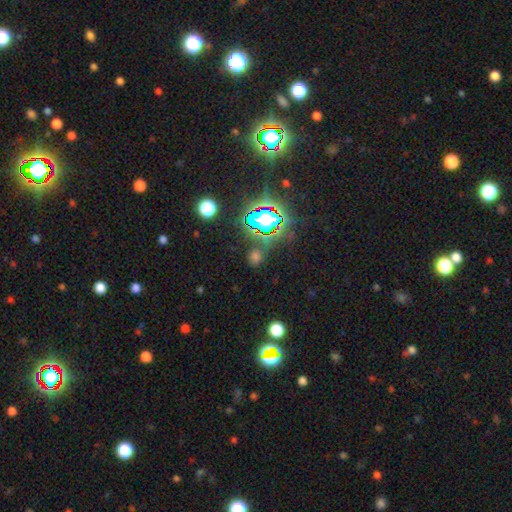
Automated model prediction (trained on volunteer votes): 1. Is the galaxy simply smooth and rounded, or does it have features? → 50% star or artifact, 41% smooth, 9% featured or disk.